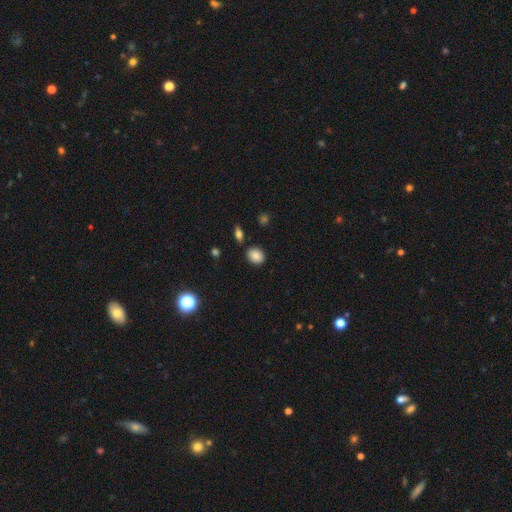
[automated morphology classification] This appears to be a smooth galaxy with no disk features (84%) that is round (59%). Merging: none (86%).